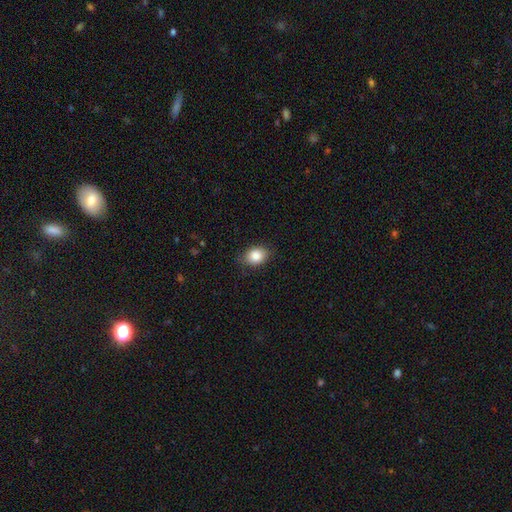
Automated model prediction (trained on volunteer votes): A smooth galaxy with no disk features (86%) that is in between round and cigar-shaped (65%).

Vote fractions:
- Smooth or featured? smooth: 86% / star or artifact: 8% / featured or disk: 6%
- How rounded? in between: 65% / round: 34% / cigar-shaped: 1%
- Merging? none: 83% / minor disturbance: 13% / major disturbance: 3% / merger: 1%